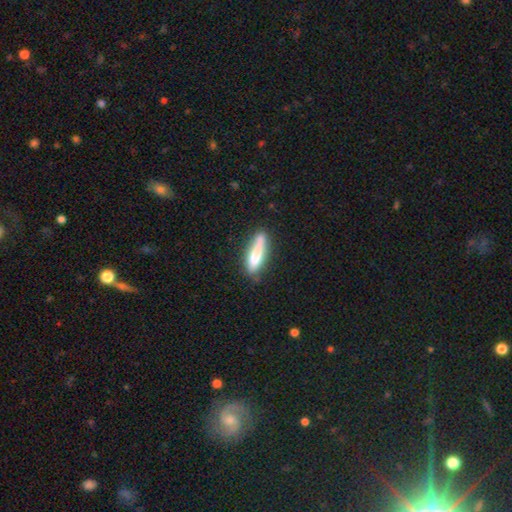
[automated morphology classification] This is likely a smooth galaxy (69%). How rounded: likely cigar-shaped (72%). Merging: possibly none (60%).